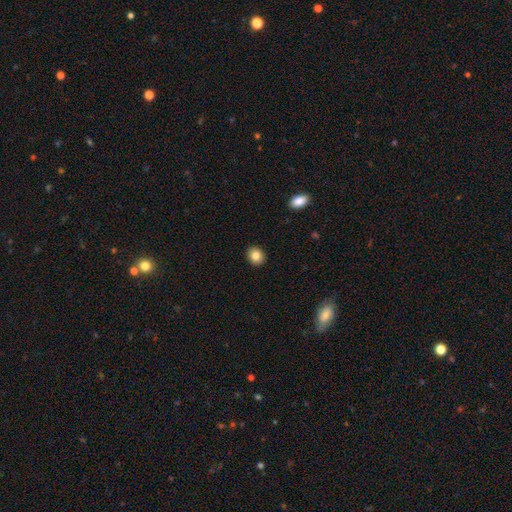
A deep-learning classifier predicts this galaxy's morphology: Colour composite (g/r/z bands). It shows a smooth galaxy with no disk features (83%) that is round (76%). Merging: none (92%).